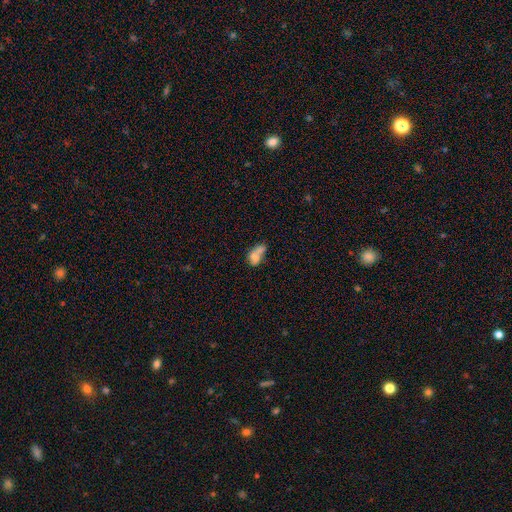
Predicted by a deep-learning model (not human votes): A smooth galaxy with no disk features (67%) that is in between round and cigar-shaped (77%). Merging: merger (55%).